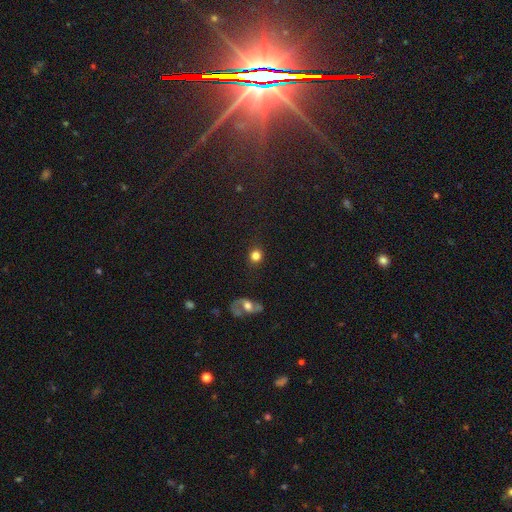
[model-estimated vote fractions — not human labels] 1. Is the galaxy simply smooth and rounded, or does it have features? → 81% smooth, 11% star or artifact, 8% featured or disk.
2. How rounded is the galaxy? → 89% round, 10% in between, 1% cigar-shaped.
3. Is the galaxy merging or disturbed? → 85% none, 8% minor disturbance, 4% major disturbance, 3% merger.